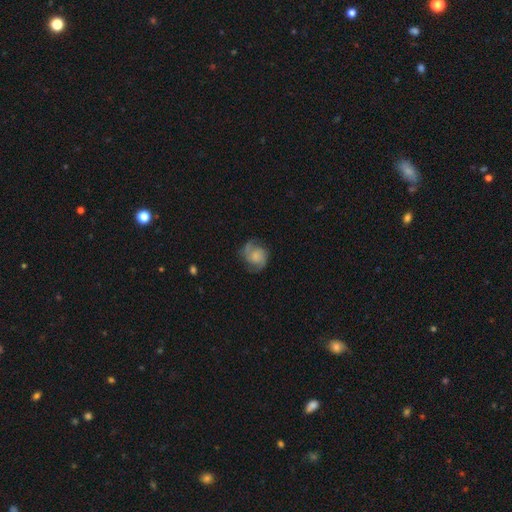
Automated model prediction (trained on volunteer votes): Overall: featured or disk (62%; smooth 30%). Edge-on disk: no (98%). Bar: no (68%). Spiral arms: yes (92%). Spiral arm count: 2 (78%). Spiral winding: medium (47%; tight 29%). Bulge size: none (35%; small 27%). Merging: none (68%).